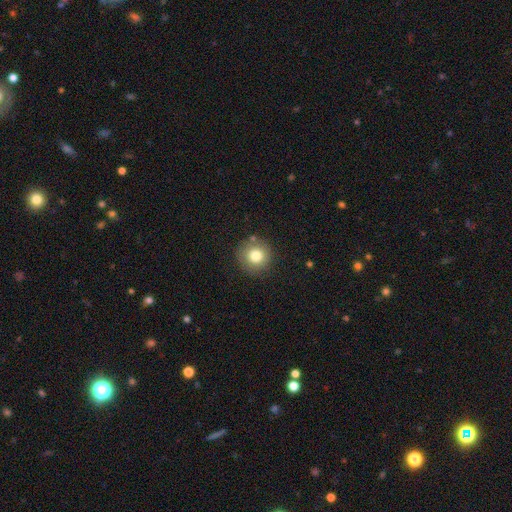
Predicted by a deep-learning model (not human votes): A smooth galaxy with no disk features (79%) that is round (94%). Merging: none (85%).